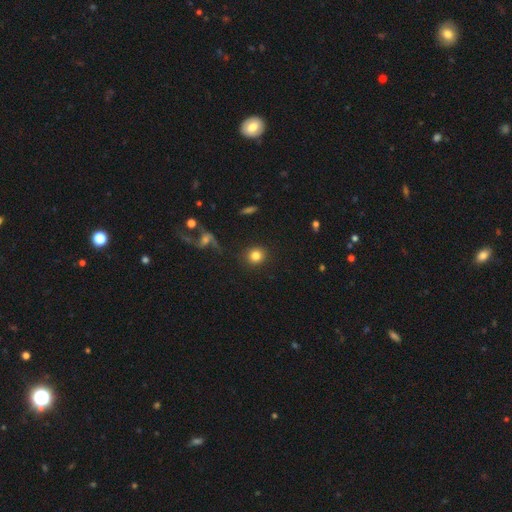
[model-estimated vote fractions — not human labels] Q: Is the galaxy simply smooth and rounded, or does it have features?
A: smooth — 82%.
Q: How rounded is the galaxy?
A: round — 89%.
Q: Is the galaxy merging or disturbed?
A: none — 89%.